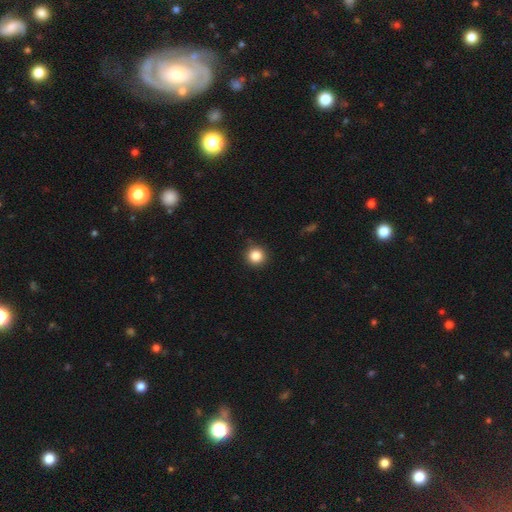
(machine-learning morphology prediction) smooth_or_featured: smooth (p=0.84) [alt: star or artifact p=0.11]
how_rounded: round (p=0.95) [alt: in between p=0.04]
merging: none (p=0.90) [alt: minor disturbance p=0.07]